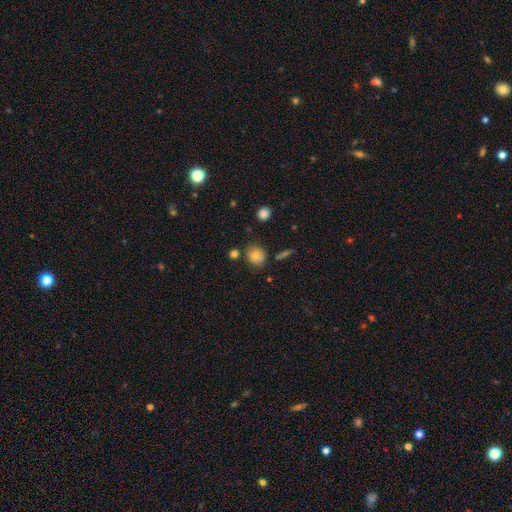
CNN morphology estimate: Overall: smooth (77%). How rounded: round (83%). Merging: none (77%).